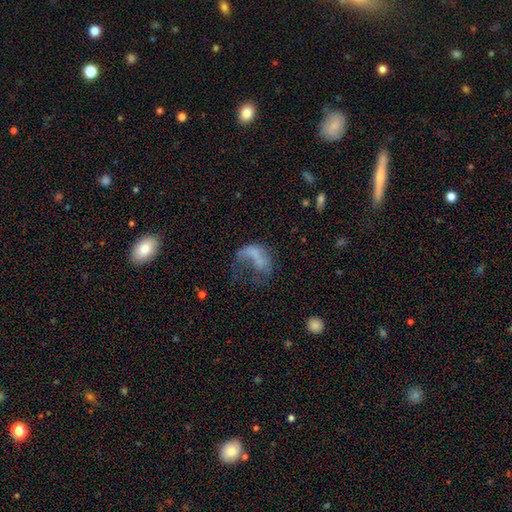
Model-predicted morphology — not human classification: Q: Smooth or featured?
A: featured or disk (44%); runner-up: smooth (40%)
Q: Merging?
A: major disturbance (59%); runner-up: none (20%)